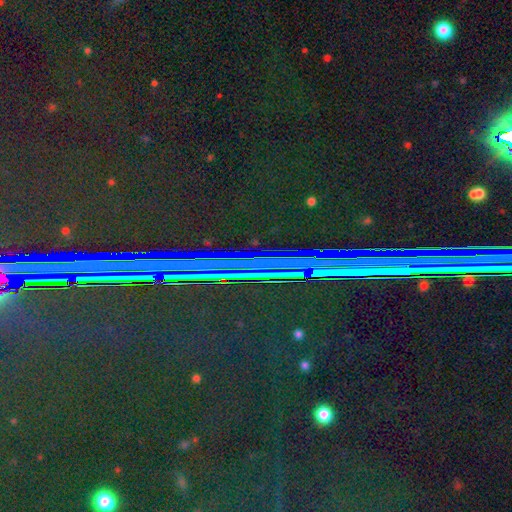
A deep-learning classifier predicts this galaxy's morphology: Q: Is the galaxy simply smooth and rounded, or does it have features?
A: star or artifact — 86%.